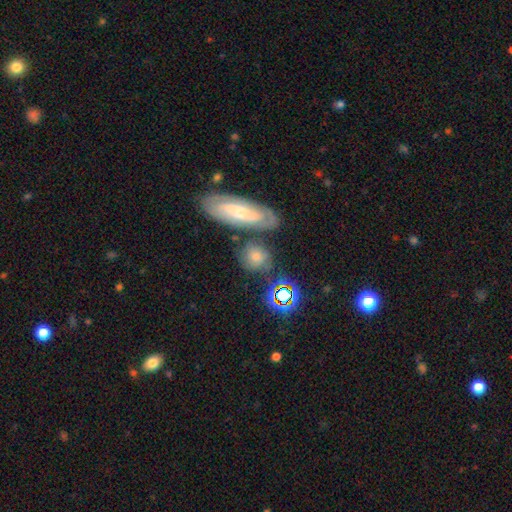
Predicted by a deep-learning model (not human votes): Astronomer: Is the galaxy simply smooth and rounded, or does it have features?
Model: smooth — 58%.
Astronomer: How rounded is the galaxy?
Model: round — 72%.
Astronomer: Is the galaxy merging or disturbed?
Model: none — 67%.